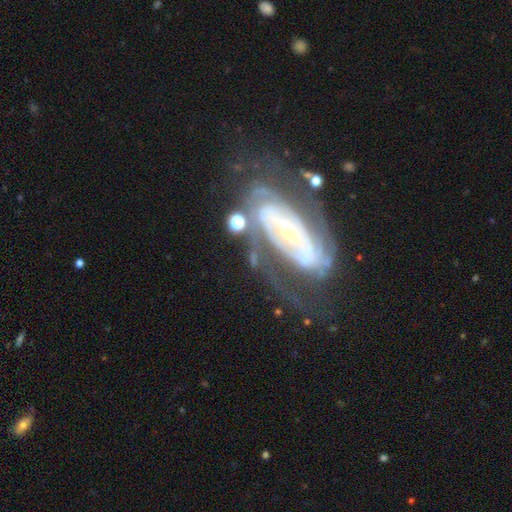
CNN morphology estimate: Smooth or featured?
  - featured or disk: 84% *
  - smooth: 10%
  - star or artifact: 6%
Edge-on disk?
  - no: 92% *
  - yes: 8%
Bar?
  - no: 50% *
  - strong: 25%
  - weak: 25%
Spiral arms?
  - yes: 86% *
  - no: 14%
Spiral winding?
  - tight: 62% *
  - medium: 28%
  - loose: 10%
Spiral arm count?
  - 2: 50% *
  - can't tell: 31%
  - 3: 8%
  - 1: 4%
  - 4: 4%
  - more than 4: 3%
Bulge size?
  - small: 66% *
  - moderate: 28%
  - large: 3%
  - none: 2%
  - dominant: 1%
Merging?
  - none: 64% *
  - minor disturbance: 18%
  - major disturbance: 14%
  - merger: 5%